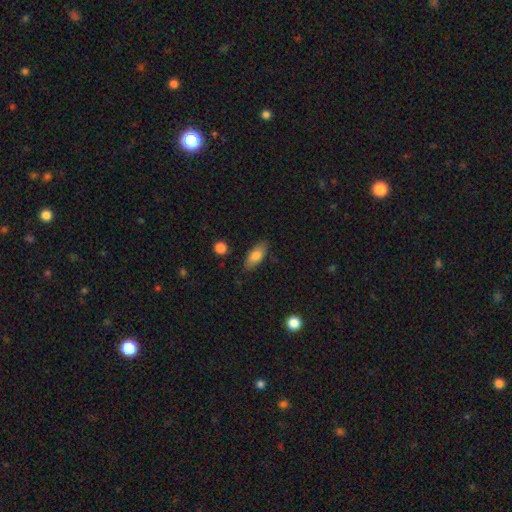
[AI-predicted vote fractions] smooth_or_featured: smooth (p=0.78) [alt: featured or disk p=0.15]
how_rounded: in between (p=0.78) [alt: cigar-shaped p=0.19]
merging: none (p=0.82) [alt: minor disturbance p=0.13]